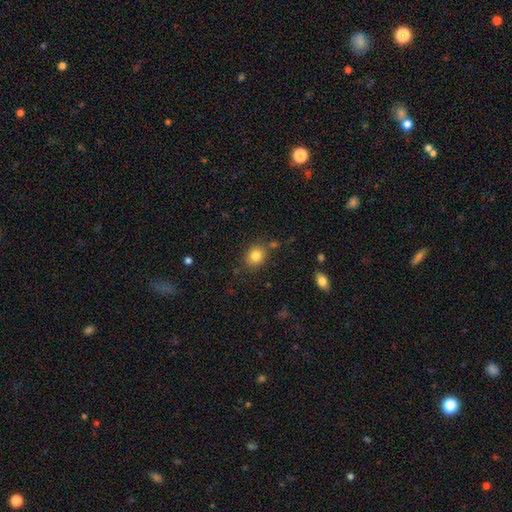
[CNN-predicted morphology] Smooth or featured? Predicted: smooth (p=0.83). How rounded? Predicted: round (p=0.68). Merging? Predicted: none (p=0.79).